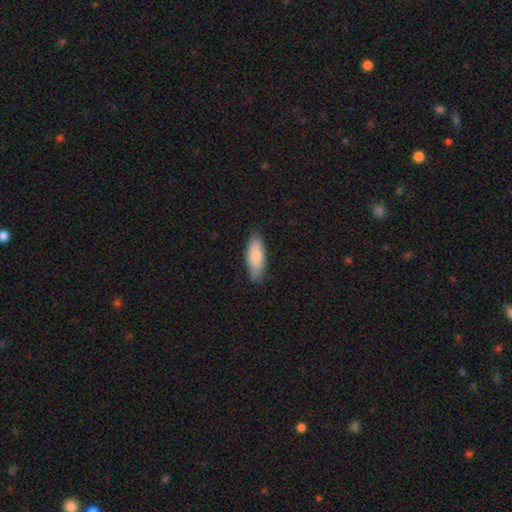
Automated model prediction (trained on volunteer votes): This is clearly a smooth galaxy (82%). How rounded: likely in between (68%). Merging: clearly none (82%).